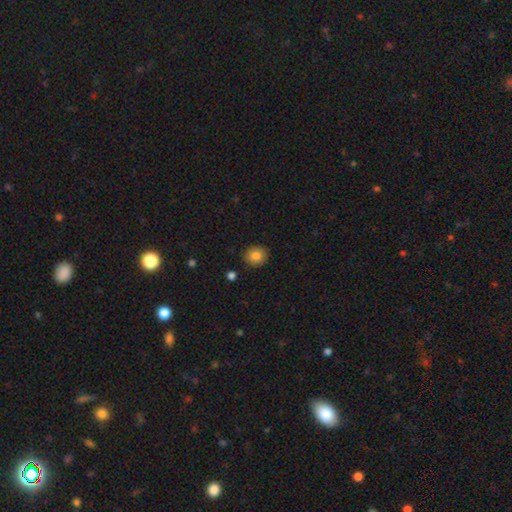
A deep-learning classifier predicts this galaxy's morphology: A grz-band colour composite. It shows a smooth galaxy with no disk features (83%) that is round (78%). Merging: none (89%).